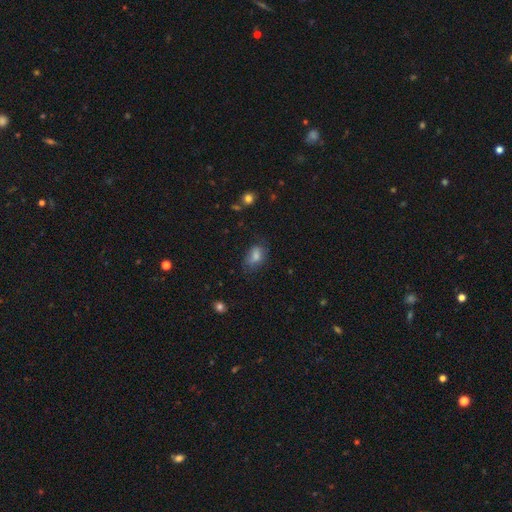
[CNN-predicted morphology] type=smooth (76%); roundness=in between (84%); merging=none (52%).